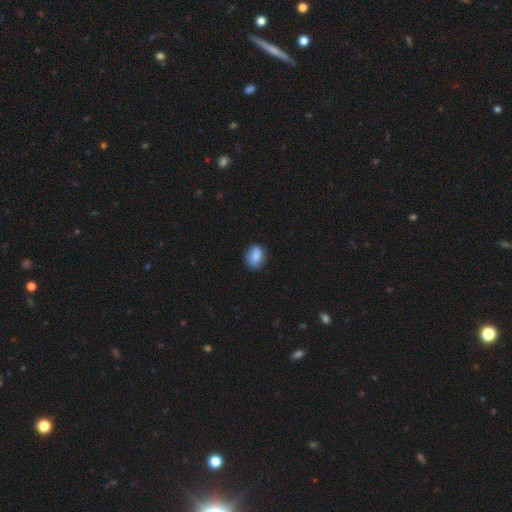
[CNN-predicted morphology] Smooth or featured? smooth (84%)
How rounded? in between (66%)
Merging? none (71%)